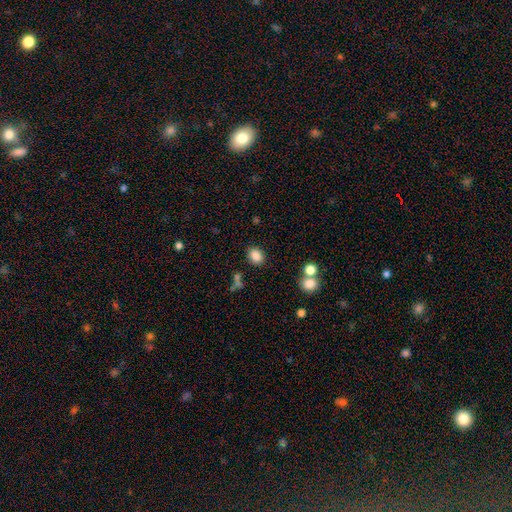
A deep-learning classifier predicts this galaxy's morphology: Smooth or featured? Predicted: smooth (p=0.84). How rounded? Predicted: in between (p=0.54). Merging? Predicted: none (p=0.83).